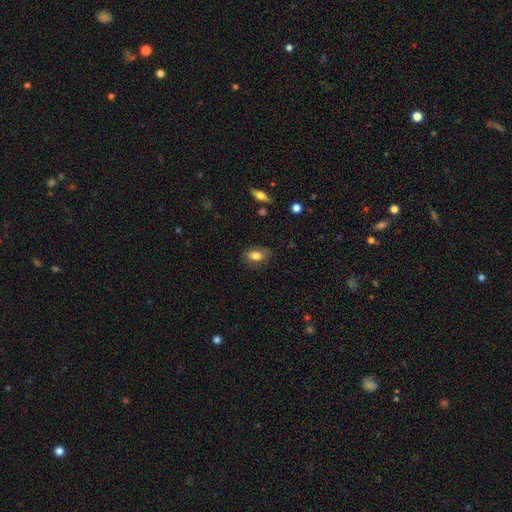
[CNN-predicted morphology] smooth-or-featured: smooth: 74% | featured or disk: 18% | star or artifact: 8%
  how-rounded: in between: 87% | round: 9% | cigar-shaped: 4%
  merging: none: 74% | minor disturbance: 20% | major disturbance: 5% | merger: 1%